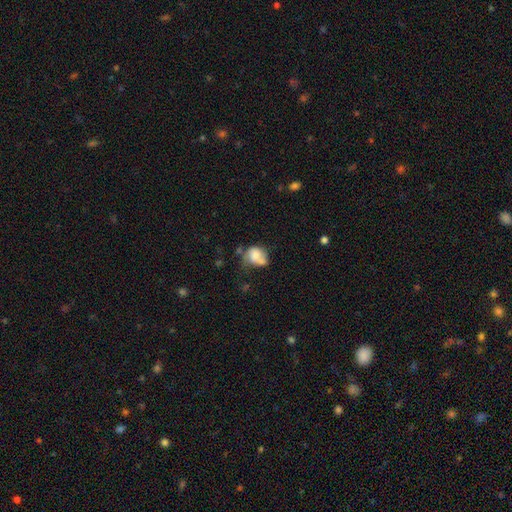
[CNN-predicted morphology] Smooth or featured? smooth (67%)
How rounded? round (55%)
Merging? none (28%, tied with merger)